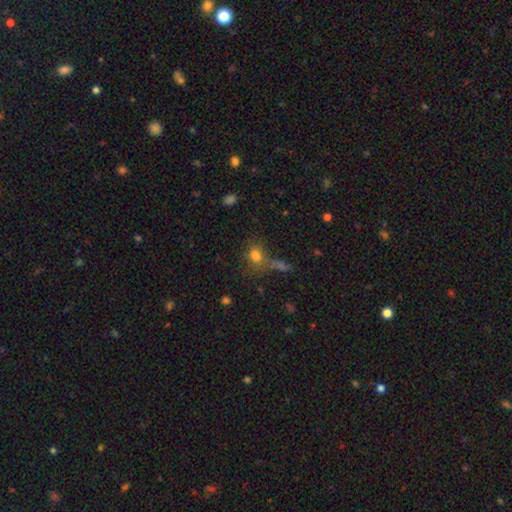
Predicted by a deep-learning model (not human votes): Overall: smooth (73%). How rounded: in between (50%; round 46%). Merging: none (44%; merger 29%).